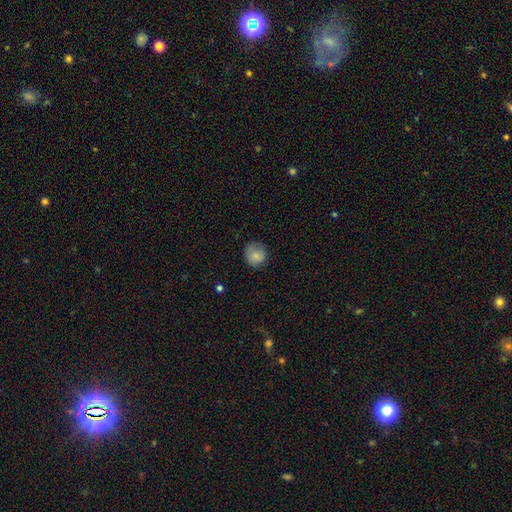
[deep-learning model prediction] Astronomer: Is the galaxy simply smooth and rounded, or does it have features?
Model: smooth — 82%.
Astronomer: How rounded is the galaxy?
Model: round — 88%.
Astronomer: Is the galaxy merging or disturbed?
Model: none — 77%.